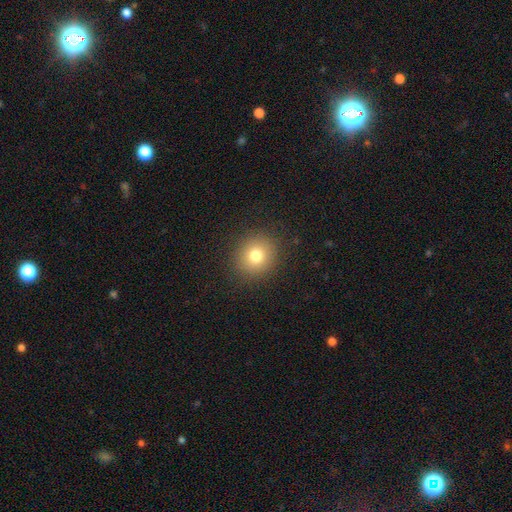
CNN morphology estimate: Overall: smooth (77%). How rounded: round (87%). Merging: none (90%).